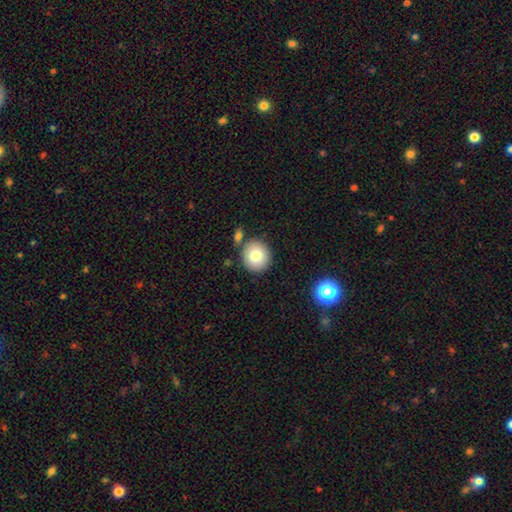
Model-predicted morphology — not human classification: A smooth galaxy with no disk features (80%) that is round (89%). Merging: none (80%).